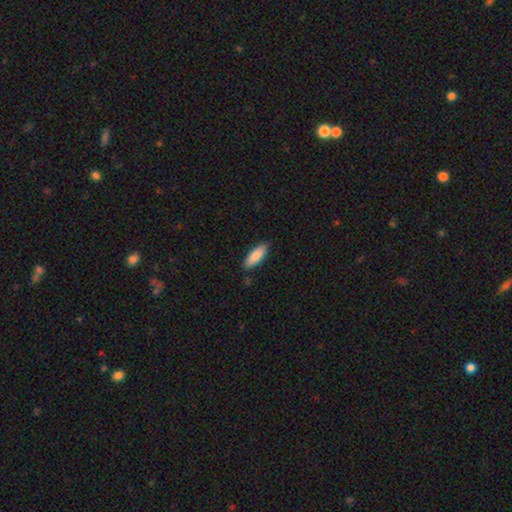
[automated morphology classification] The model was most divided on "how rounded": in between: 68%, cigar-shaped: 31%, round: 2%. More confident: smooth or featured — smooth (87%); merging — none (84%).